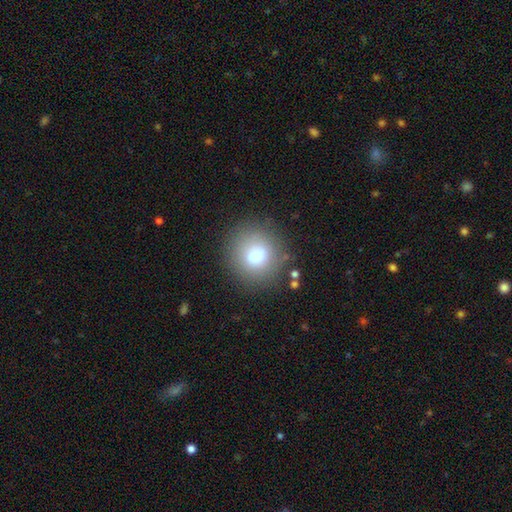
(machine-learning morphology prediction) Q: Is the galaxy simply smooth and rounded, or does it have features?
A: smooth — 75%.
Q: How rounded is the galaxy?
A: round — 88%.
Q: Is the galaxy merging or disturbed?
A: none — 83%.